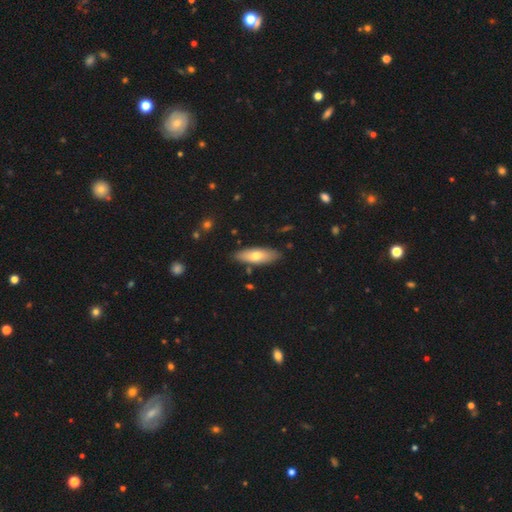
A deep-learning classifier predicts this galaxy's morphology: Smooth or featured? Predicted: smooth (p=0.68). How rounded? Predicted: in between (p=0.60). Merging? Predicted: none (p=0.86).